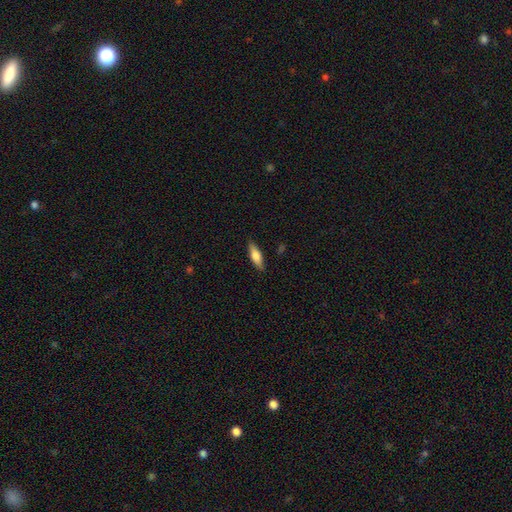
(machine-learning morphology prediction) This appears to be a smooth galaxy with no disk features (67%) that is cigar-shaped (51%). Merging: none (87%).